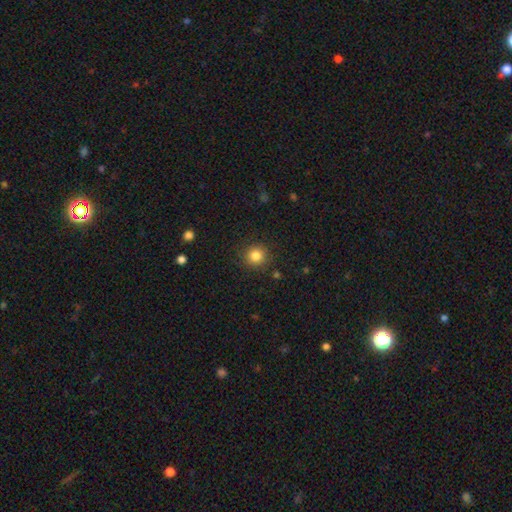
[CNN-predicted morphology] The model was most divided on "smooth or featured": smooth: 84%, star or artifact: 11%, featured or disk: 5%. More confident: how rounded — round (92%); merging — none (88%).